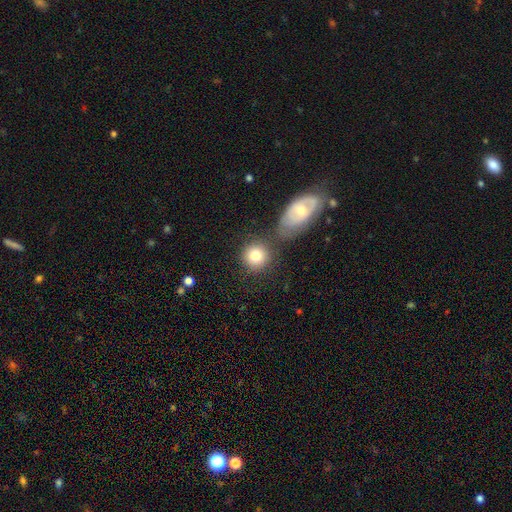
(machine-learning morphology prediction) This is clearly a smooth galaxy (81%). How rounded: clearly round (88%). Merging: likely none (66%).